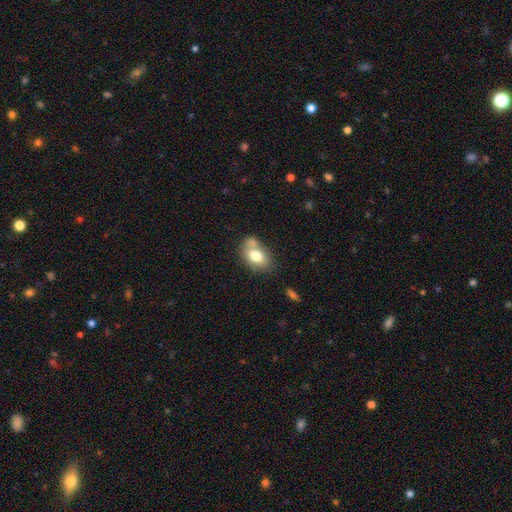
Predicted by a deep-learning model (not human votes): The model was most divided on "merging": none: 46%, merger: 26%, minor disturbance: 21%, major disturbance: 7%. More confident: how rounded — in between (83%); smooth or featured — smooth (74%).